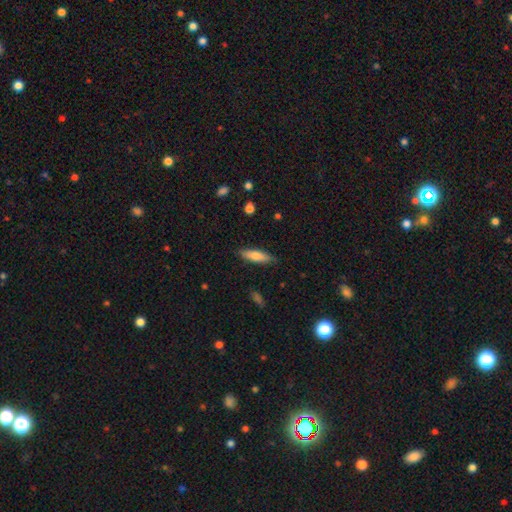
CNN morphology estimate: smooth 74%, featured or disk 20%, star or artifact 6%. Down the decision tree: how rounded — cigar-shaped (55%); merging — none (85%).